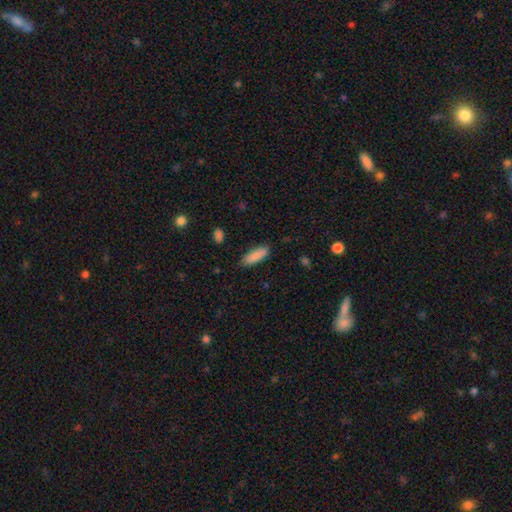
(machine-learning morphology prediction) smooth 88%, star or artifact 6%, featured or disk 6%. Down the decision tree: how rounded — in between (60%); merging — none (81%).